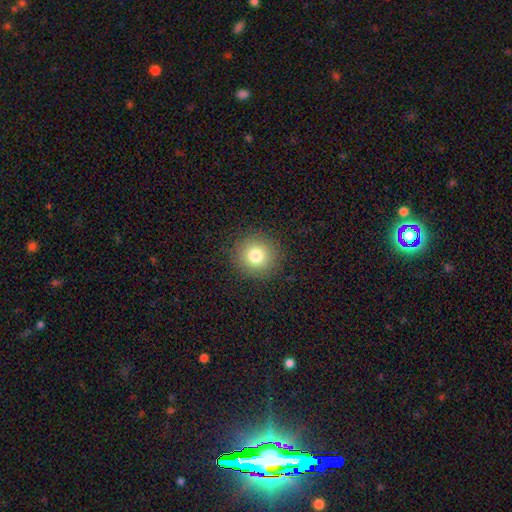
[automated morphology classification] smooth-or-featured: smooth: 79% | star or artifact: 12% | featured or disk: 9%
  how-rounded: round: 94% | in between: 5% | cigar-shaped: 1%
  merging: none: 90% | minor disturbance: 6% | major disturbance: 3% | merger: 1%